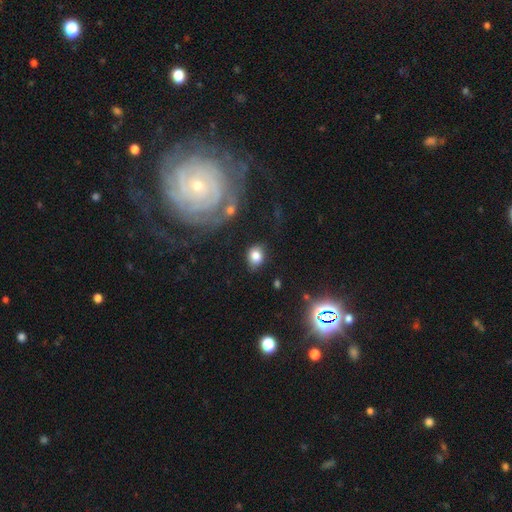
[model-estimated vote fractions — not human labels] Morphology: type=smooth (80%); roundness=in between (57%); merging=none (75%).